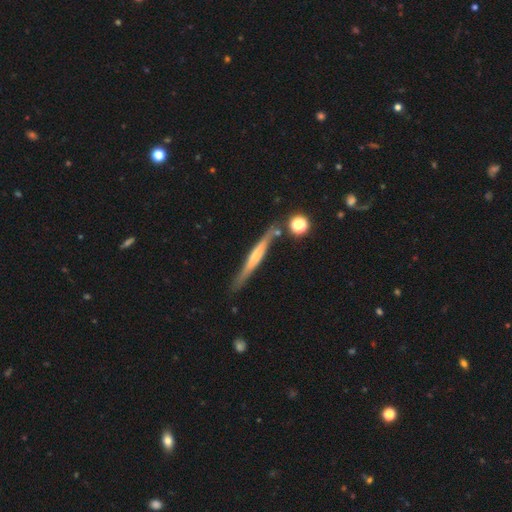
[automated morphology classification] Overall: featured or disk (61%; smooth 33%). Edge-on disk: yes (95%). Edge-on bulge: rounded (51%; none 31%). Merging: none (78%).